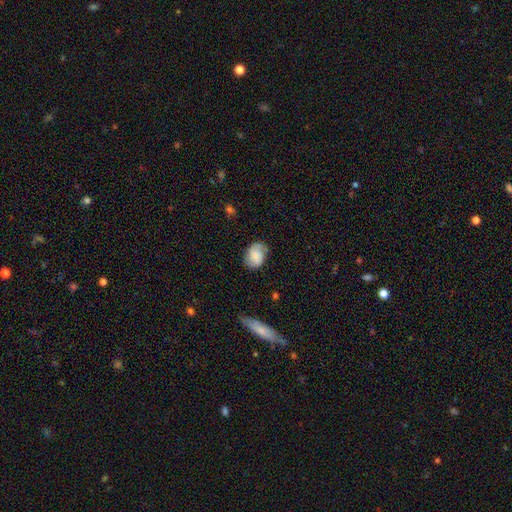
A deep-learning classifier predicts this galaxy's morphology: Smooth or featured? smooth (47%)
Merging? none (70%)